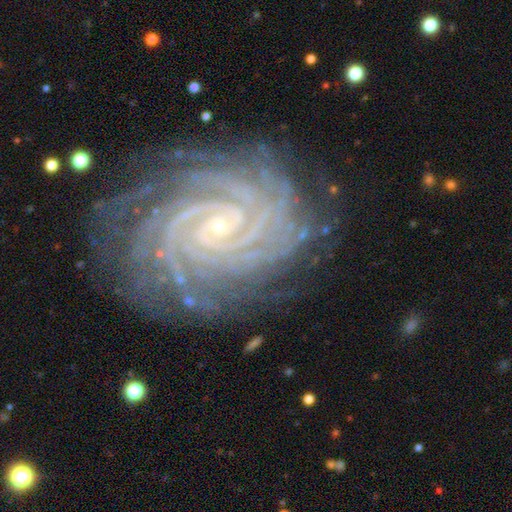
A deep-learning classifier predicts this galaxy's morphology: A featured or disk galaxy (93%) with no bar (61%), 4 (23%) tight (88%) spiral arms (99%) and a small central bulge (85%). Merging: none (77%).